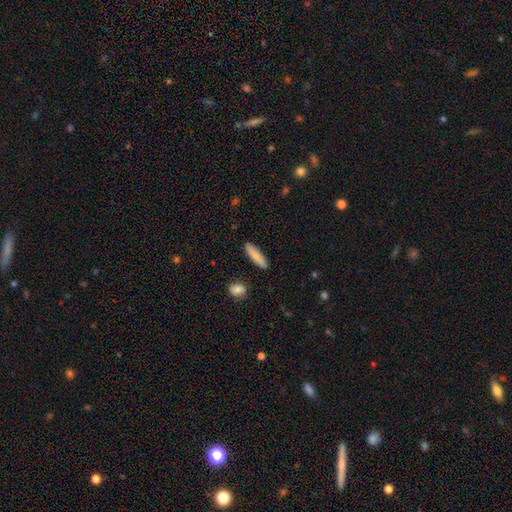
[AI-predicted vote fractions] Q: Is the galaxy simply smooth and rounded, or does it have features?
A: smooth — 85%.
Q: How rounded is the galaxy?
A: cigar-shaped — 77%.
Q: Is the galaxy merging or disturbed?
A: none — 89%.